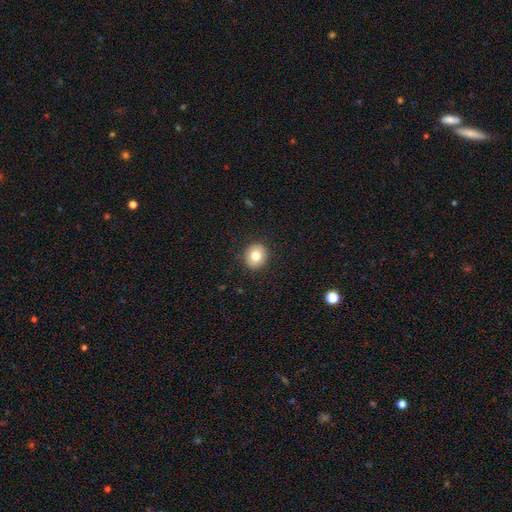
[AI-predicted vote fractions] smooth_or_featured: smooth (p=0.79) [alt: featured or disk p=0.11]
how_rounded: round (p=0.81) [alt: in between p=0.18]
merging: none (p=0.91) [alt: minor disturbance p=0.06]